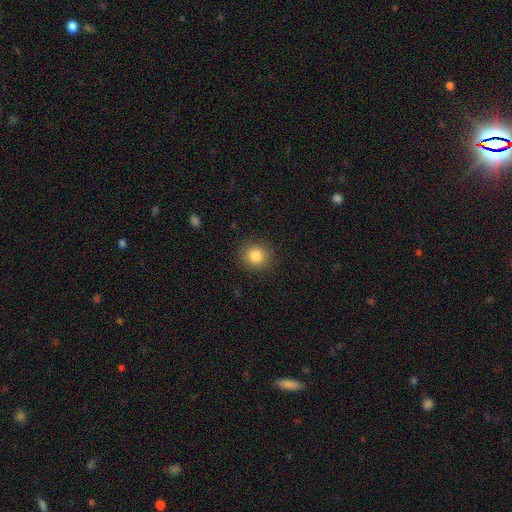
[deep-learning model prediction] Smooth or featured: smooth — 84% (star or artifact — 11%)
How rounded: round — 89% (in between — 10%)
Merging: none — 89% (minor disturbance — 7%)